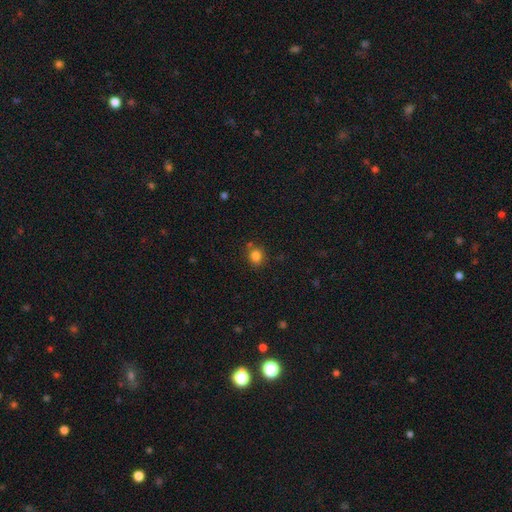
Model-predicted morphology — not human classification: Overall: smooth (83%). How rounded: round (70%). Merging: none (76%).